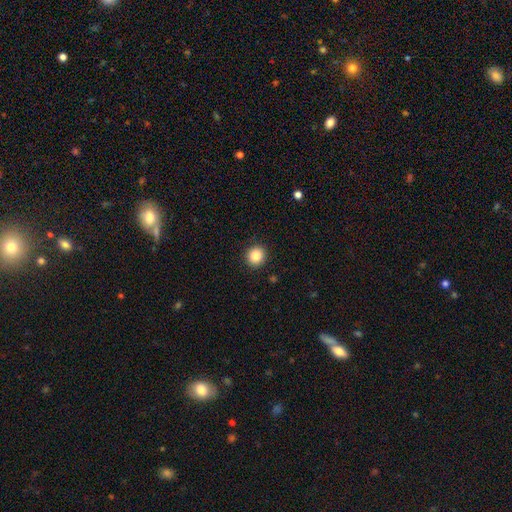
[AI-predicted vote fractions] Q: Smooth or featured?
A: smooth (85%); runner-up: star or artifact (10%)
Q: How rounded?
A: round (89%); runner-up: in between (10%)
Q: Merging?
A: none (91%); runner-up: minor disturbance (6%)